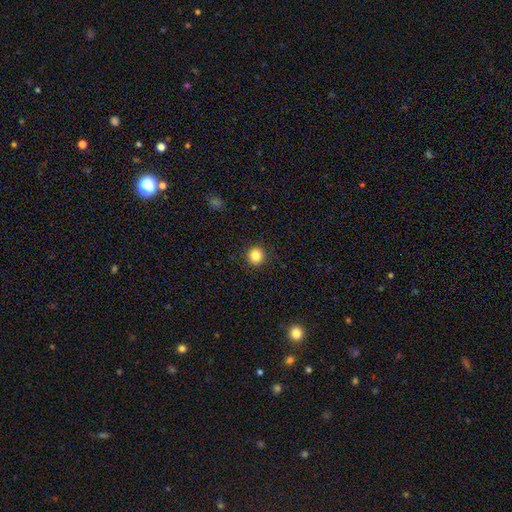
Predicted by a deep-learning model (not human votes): Smooth or featured?
  - smooth: 85% *
  - star or artifact: 11%
  - featured or disk: 4%
How rounded?
  - round: 93% *
  - in between: 6%
  - cigar-shaped: 1%
Merging?
  - none: 92% *
  - minor disturbance: 5%
  - major disturbance: 2%
  - merger: 1%